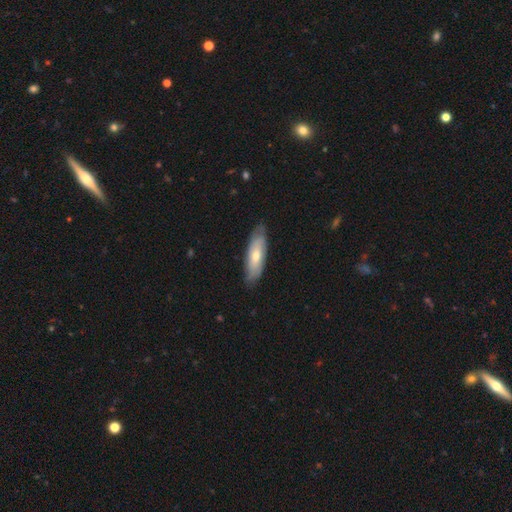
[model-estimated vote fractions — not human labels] Q: Smooth or featured?
A: smooth (57%); runner-up: featured or disk (38%)
Q: How rounded?
A: in between (55%); runner-up: cigar-shaped (43%)
Q: Merging?
A: none (79%); runner-up: minor disturbance (17%)